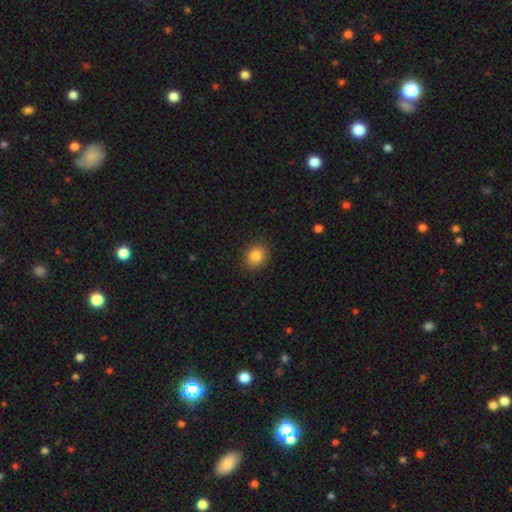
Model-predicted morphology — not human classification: Smooth or featured? Predicted: smooth (p=0.84). How rounded? Predicted: round (p=0.66). Merging? Predicted: none (p=0.89).